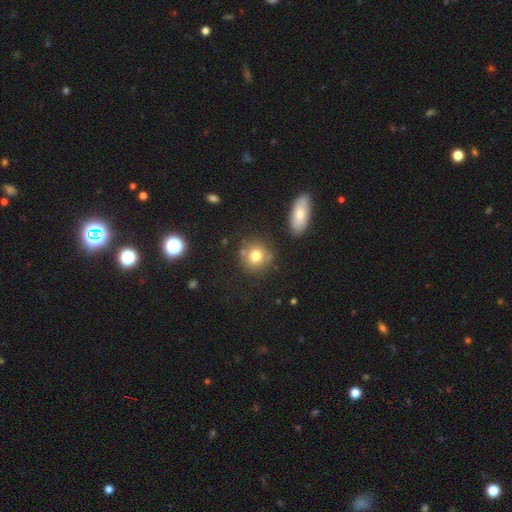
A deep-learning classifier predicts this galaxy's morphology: A smooth galaxy with no disk features (77%) that is round (88%).

Vote fractions:
- Smooth or featured? smooth: 77% / featured or disk: 11% / star or artifact: 11%
- How rounded? round: 88% / in between: 11% / cigar-shaped: 1%
- Merging? none: 77% / minor disturbance: 11% / merger: 9% / major disturbance: 3%